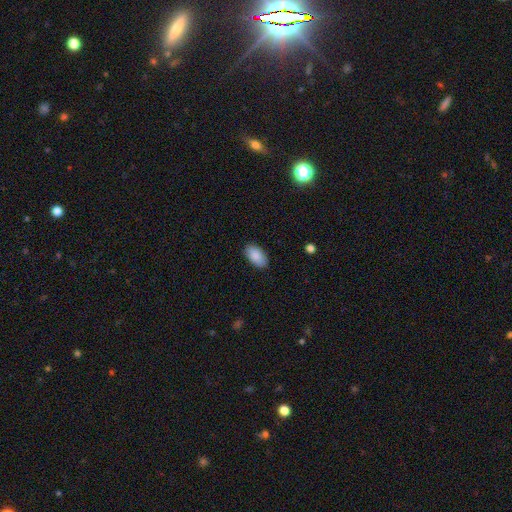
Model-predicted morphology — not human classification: smooth-or-featured: smooth: 89% | star or artifact: 6% | featured or disk: 5%
  how-rounded: in between: 95% | round: 3% | cigar-shaped: 2%
  merging: none: 87% | minor disturbance: 9% | major disturbance: 2% | merger: 1%